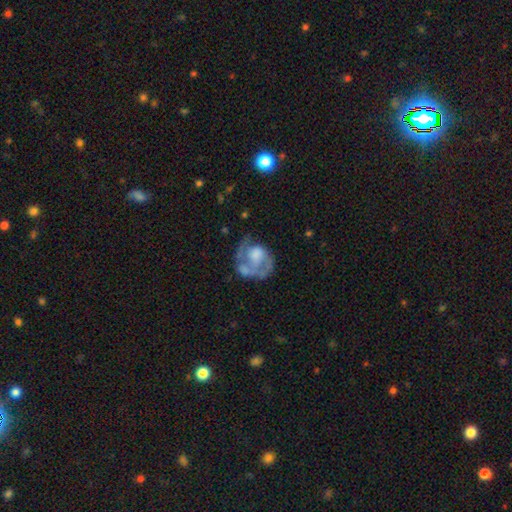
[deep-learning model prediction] This is possibly a featured or disk galaxy (59%). It is clearly not viewed edge-on (98%). Bar: clearly no (82%). Spiral arm pattern: possibly yes (52%). Central bulge: marginally moderate (30%). Merging: marginally none (38%).